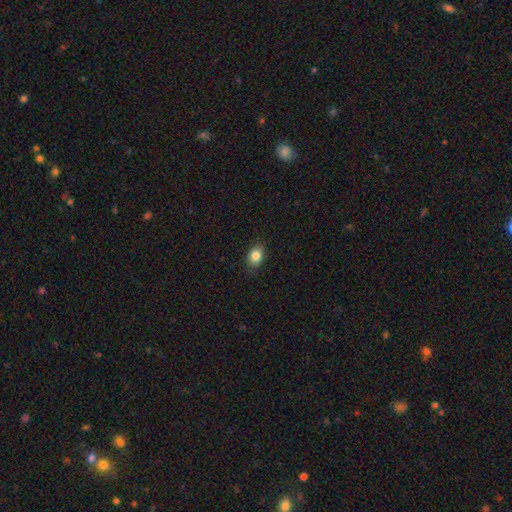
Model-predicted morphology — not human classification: Q: Smooth or featured?
A: smooth (84%); runner-up: star or artifact (9%)
Q: How rounded?
A: in between (66%); runner-up: round (33%)
Q: Merging?
A: none (87%); runner-up: minor disturbance (10%)